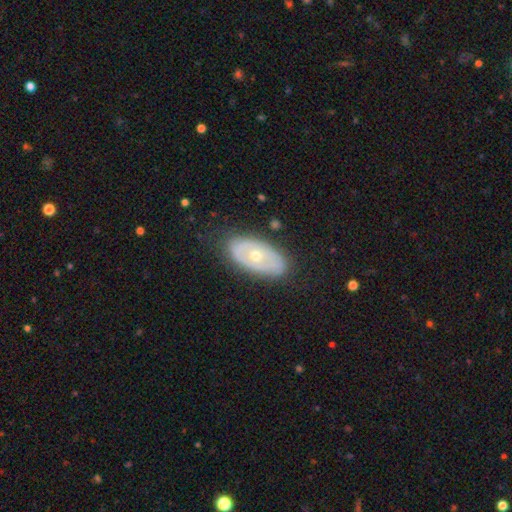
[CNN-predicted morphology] This is possibly a featured or disk galaxy (57%). It is clearly not viewed edge-on (87%). Merging: likely none (79%).